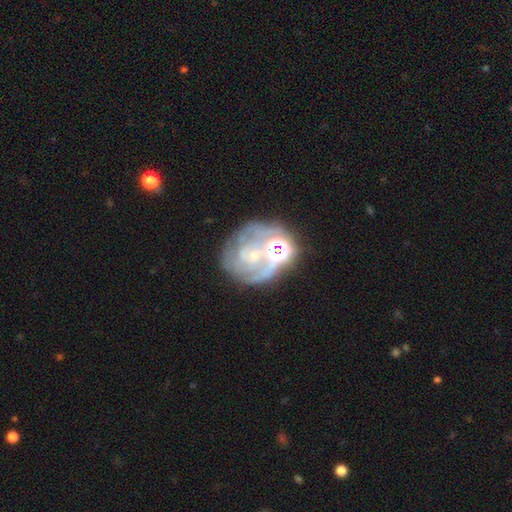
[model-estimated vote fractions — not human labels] smooth-or-featured: featured or disk: 68% | star or artifact: 17% | smooth: 15%
  disk-edge-on: no: 98% | yes: 2%
    bar: no: 68% | weak: 25% | strong: 8%
    has-spiral-arms: yes: 74% | no: 26%
    bulge-size: small: 58% | moderate: 25% | none: 12% | large: 3% | dominant: 2%
  merging: none: 52% | minor disturbance: 17% | major disturbance: 16% | merger: 15%